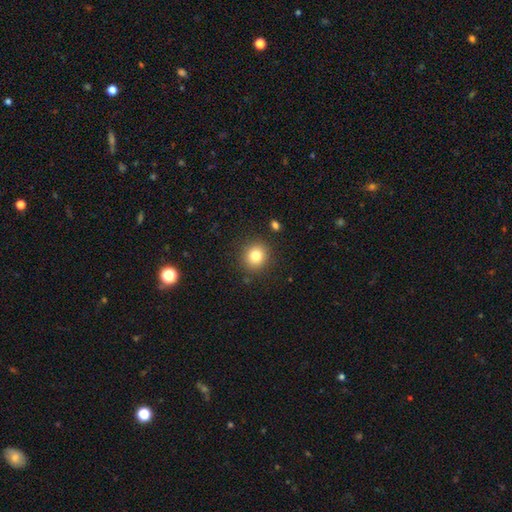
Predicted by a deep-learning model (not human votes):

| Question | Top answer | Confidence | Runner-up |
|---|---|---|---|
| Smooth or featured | smooth | 81% | star or artifact (11%) |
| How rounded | round | 88% | in between (11%) |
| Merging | none | 89% | minor disturbance (7%) |